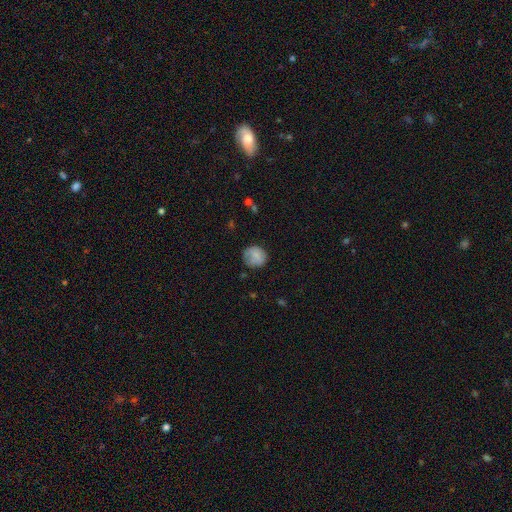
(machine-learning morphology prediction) A smooth galaxy with no disk features (81%) that is round (87%). Merging: none (73%).